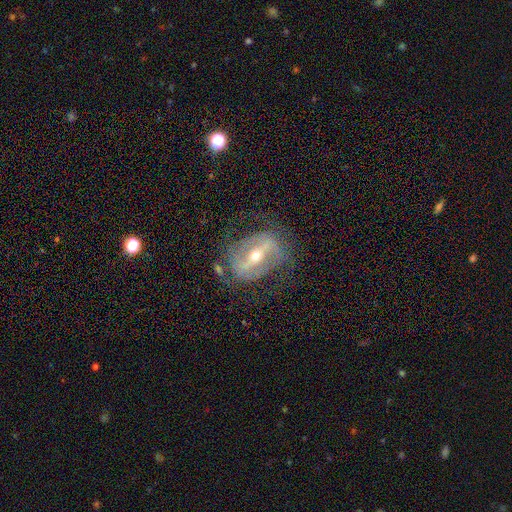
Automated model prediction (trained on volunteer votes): The model was most divided on "bulge size": small: 49%, moderate: 47%, large: 2%, dominant: 1%, none: 1%. Remaining: edge-on disk — no (91%); smooth or featured — featured or disk (83%); spiral arm count — 2 (73%); bar — strong (71%); spiral arms — yes (69%); merging — none (63%); spiral winding — medium (41%).